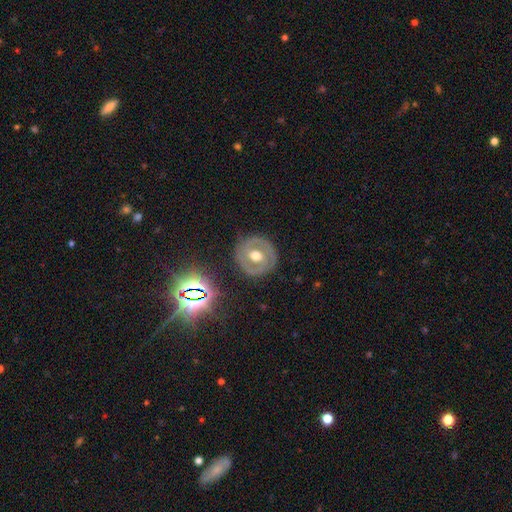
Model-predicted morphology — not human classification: Smooth or featured? Predicted: featured or disk (p=0.68). Edge-on disk? Predicted: no (p=0.96). Bar? Predicted: no (p=0.50). Spiral arms? Predicted: yes (p=0.58). Bulge size? Predicted: moderate (p=0.76). Merging? Predicted: none (p=0.83).